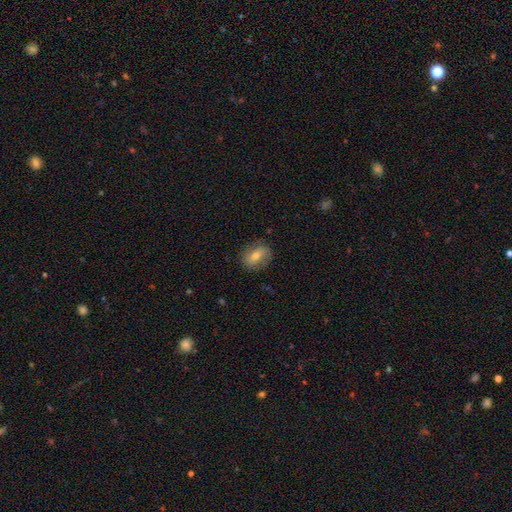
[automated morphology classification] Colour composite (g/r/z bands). It shows a smooth galaxy with no disk features (57%) that is in between round and cigar-shaped (59%). Merging: none (80%).